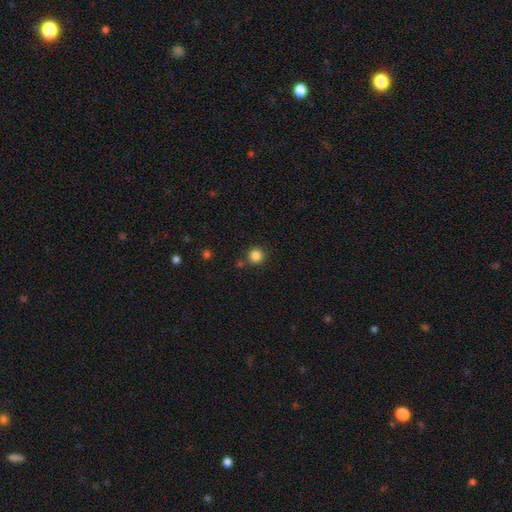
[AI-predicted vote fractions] A smooth galaxy with no disk features (85%) that is round (94%).

Vote fractions:
- Smooth or featured? smooth: 85% / star or artifact: 11% / featured or disk: 4%
- How rounded? round: 94% / in between: 5% / cigar-shaped: 1%
- Merging? none: 84% / minor disturbance: 7% / merger: 6% / major disturbance: 2%